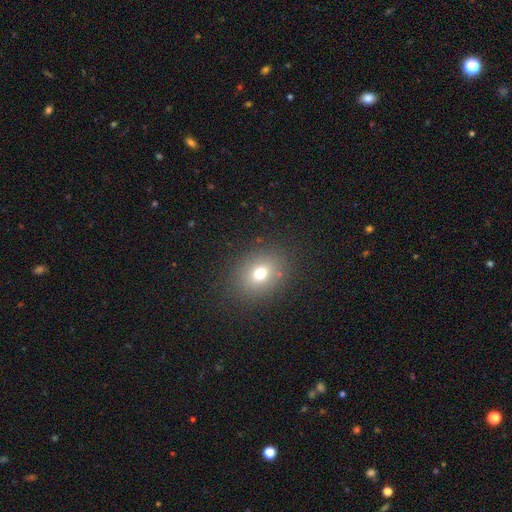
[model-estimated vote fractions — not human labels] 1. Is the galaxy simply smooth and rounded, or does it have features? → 69% smooth, 23% star or artifact, 8% featured or disk.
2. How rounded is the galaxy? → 57% round, 42% in between, 1% cigar-shaped.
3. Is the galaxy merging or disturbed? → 92% none, 5% minor disturbance, 2% major disturbance, 1% merger.